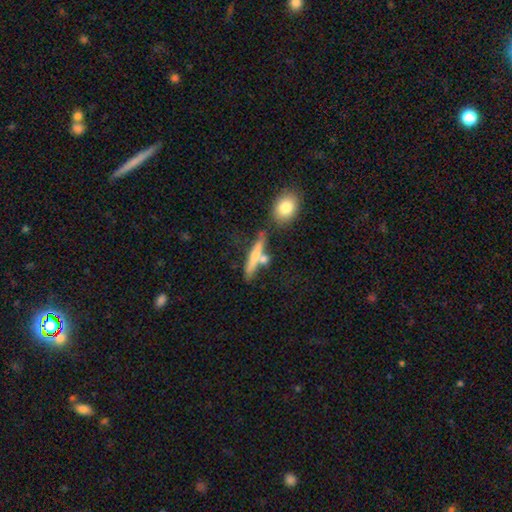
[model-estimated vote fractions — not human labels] smooth_or_featured: smooth (p=0.49) [alt: featured or disk p=0.43]
merging: none (p=0.59) [alt: merger p=0.20]